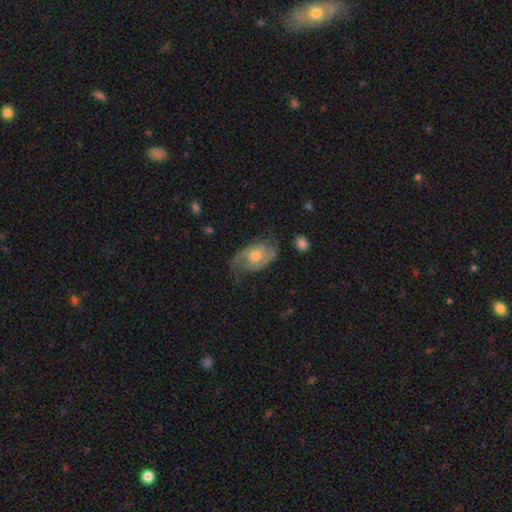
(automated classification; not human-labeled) The model was most divided on "spiral winding": medium: 44%, tight: 32%, loose: 24%. More confident: edge-on disk — no (95%); spiral arms — yes (87%); spiral arm count — 2 (78%); smooth or featured — featured or disk (72%); bar — no (72%); bulge size — moderate (71%); merging — none (58%).